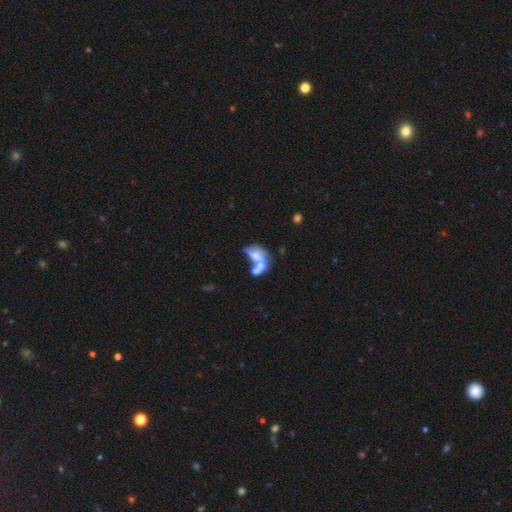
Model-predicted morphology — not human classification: Q: Smooth or featured?
A: smooth (45%); runner-up: featured or disk (44%)
Q: Merging?
A: merger (67%); runner-up: major disturbance (14%)